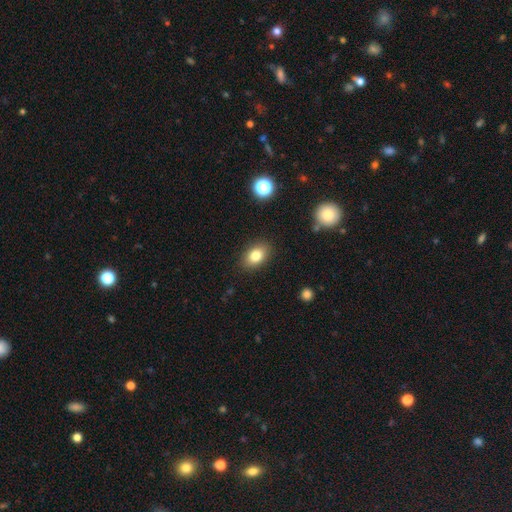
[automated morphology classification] A smooth galaxy with no disk features (81%) that is in between round and cigar-shaped (80%).

Vote fractions:
- Smooth or featured? smooth: 81% / star or artifact: 10% / featured or disk: 9%
- How rounded? in between: 80% / round: 18% / cigar-shaped: 1%
- Merging? none: 87% / minor disturbance: 9% / major disturbance: 2% / merger: 1%